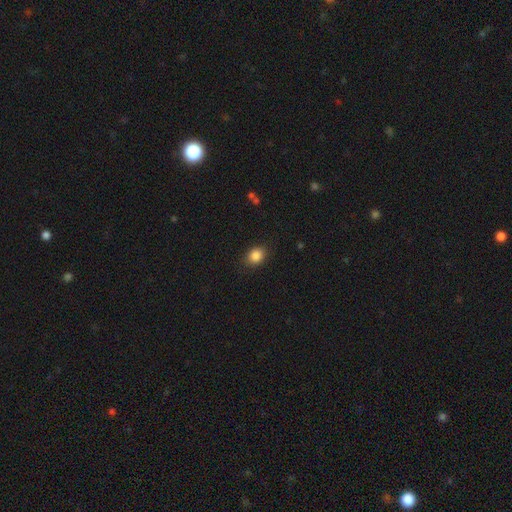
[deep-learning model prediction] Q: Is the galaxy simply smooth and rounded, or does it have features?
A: smooth — 86%.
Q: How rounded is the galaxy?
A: in between — 52%.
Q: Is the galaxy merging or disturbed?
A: none — 86%.